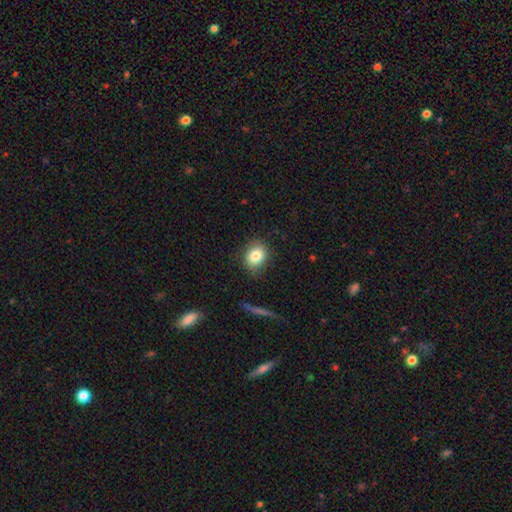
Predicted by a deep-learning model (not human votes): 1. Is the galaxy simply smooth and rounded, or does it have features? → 82% smooth, 10% star or artifact, 9% featured or disk.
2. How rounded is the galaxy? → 55% round, 43% in between, 1% cigar-shaped.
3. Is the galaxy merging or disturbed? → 84% none, 11% minor disturbance, 3% major disturbance, 1% merger.